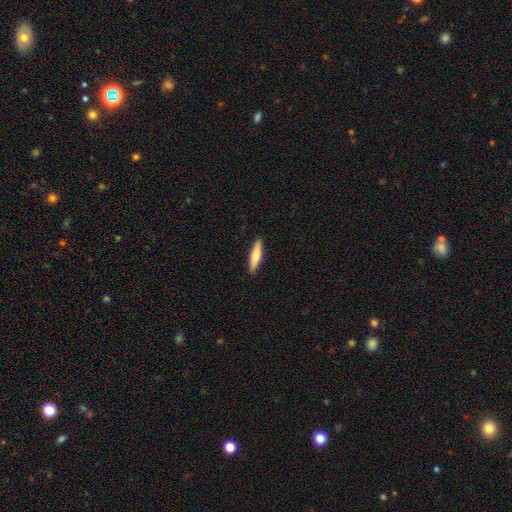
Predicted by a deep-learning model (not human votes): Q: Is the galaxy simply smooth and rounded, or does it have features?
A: smooth — 69%.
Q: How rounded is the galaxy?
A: cigar-shaped — 77%.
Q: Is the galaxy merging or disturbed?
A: none — 91%.